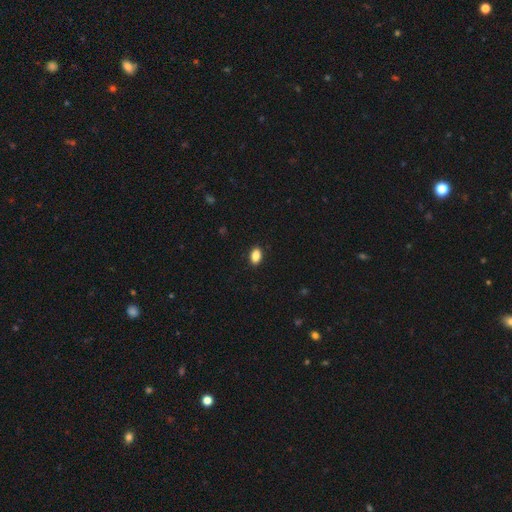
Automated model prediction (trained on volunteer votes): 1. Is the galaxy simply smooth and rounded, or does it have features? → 87% smooth, 8% star or artifact, 4% featured or disk.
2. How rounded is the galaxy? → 89% in between, 9% round, 2% cigar-shaped.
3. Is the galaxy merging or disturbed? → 90% none, 7% minor disturbance, 2% major disturbance, 1% merger.